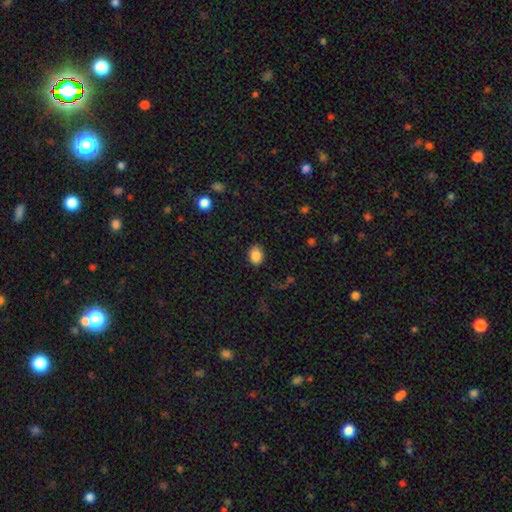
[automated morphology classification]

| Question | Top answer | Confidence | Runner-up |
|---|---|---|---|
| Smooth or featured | smooth | 86% | star or artifact (9%) |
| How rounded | in between | 65% | round (34%) |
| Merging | none | 86% | minor disturbance (11%) |